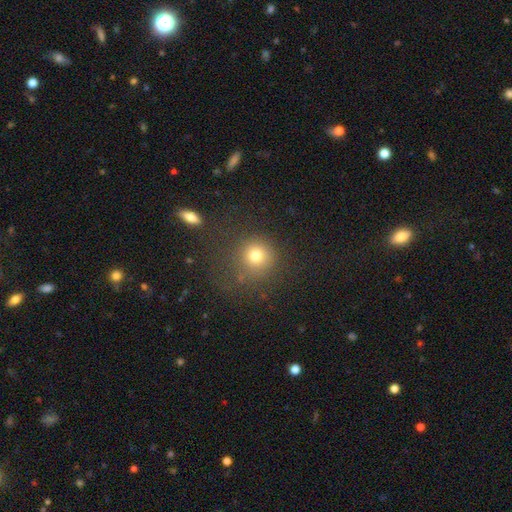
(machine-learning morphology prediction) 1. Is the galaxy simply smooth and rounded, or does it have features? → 76% smooth, 16% star or artifact, 8% featured or disk.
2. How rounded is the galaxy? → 91% round, 8% in between, 1% cigar-shaped.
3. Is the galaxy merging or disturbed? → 75% none, 12% minor disturbance, 9% major disturbance, 4% merger.